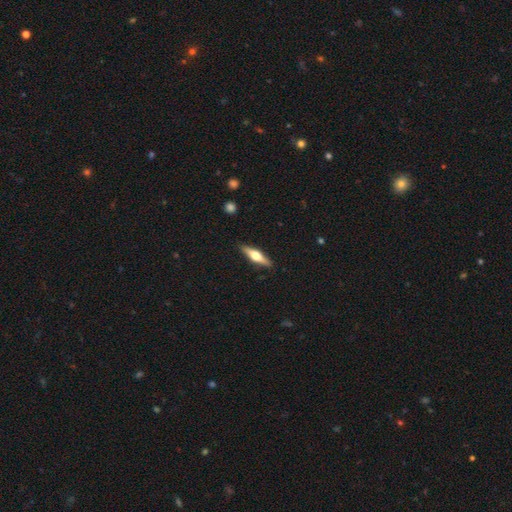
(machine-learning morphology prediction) Smooth or featured? featured or disk (60%)
Edge-on disk? yes (96%)
Edge-on bulge? rounded (94%)
Merging? none (90%)